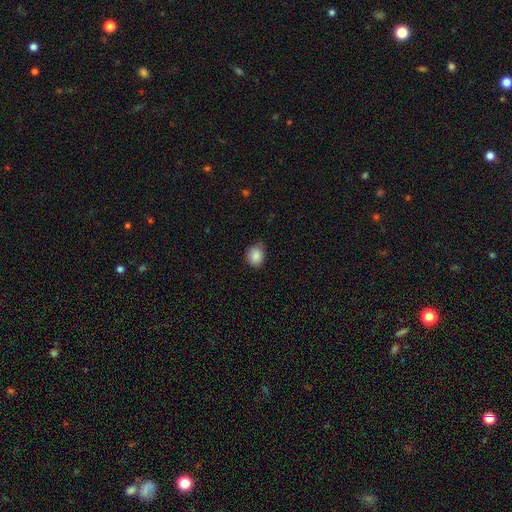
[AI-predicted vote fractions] Smooth or featured?
  - smooth: 88% *
  - star or artifact: 8%
  - featured or disk: 4%
How rounded?
  - round: 64% *
  - in between: 35%
  - cigar-shaped: 1%
Merging?
  - none: 73% *
  - minor disturbance: 23%
  - major disturbance: 3%
  - merger: 1%